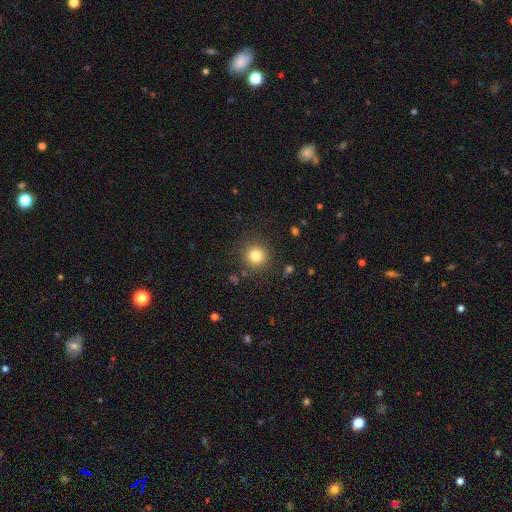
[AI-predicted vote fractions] smooth_or_featured: smooth (p=0.81) [alt: star or artifact p=0.12]
how_rounded: round (p=0.94) [alt: in between p=0.05]
merging: none (p=0.88) [alt: minor disturbance p=0.07]